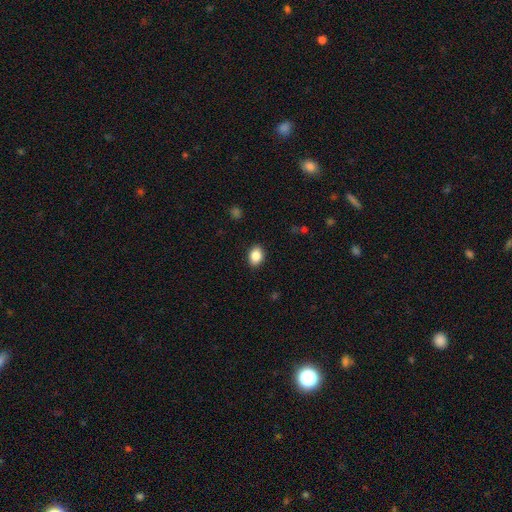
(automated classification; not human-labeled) A smooth galaxy with no disk features (87%) that is in between round and cigar-shaped (70%). Merging: none (89%).